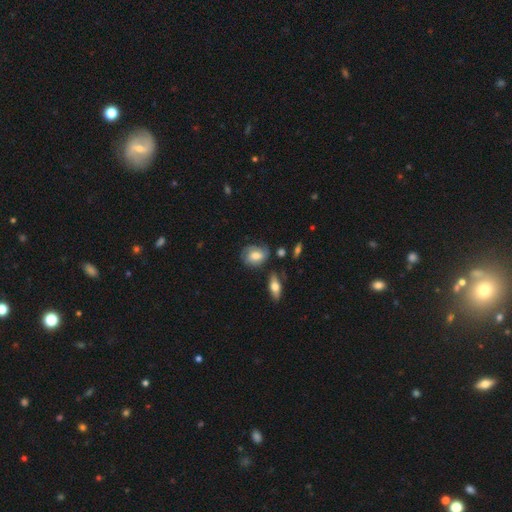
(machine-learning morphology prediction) A featured or disk galaxy (48%). Merging: none (63%).